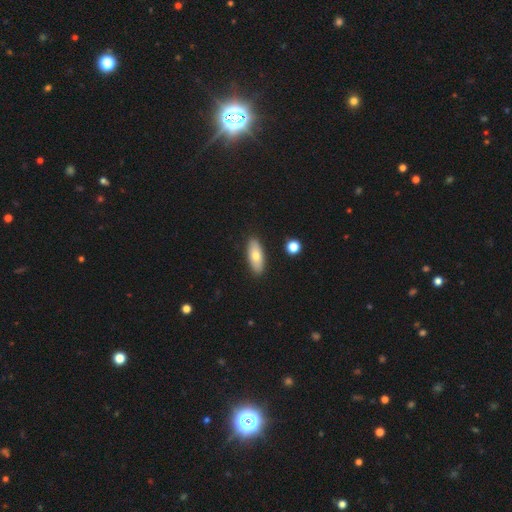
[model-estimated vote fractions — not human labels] smooth_or_featured: smooth (p=0.69) [alt: featured or disk p=0.24]
how_rounded: in between (p=0.74) [alt: cigar-shaped p=0.23]
merging: none (p=0.89) [alt: minor disturbance p=0.07]